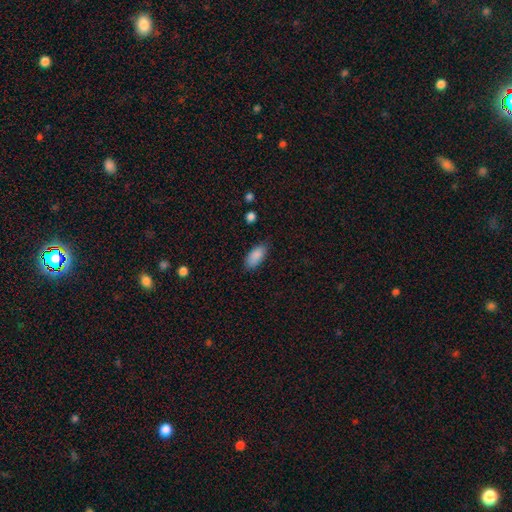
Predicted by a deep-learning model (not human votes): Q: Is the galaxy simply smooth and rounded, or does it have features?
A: smooth — 88%.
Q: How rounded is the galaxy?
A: in between — 90%.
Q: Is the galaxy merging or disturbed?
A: none — 79%.